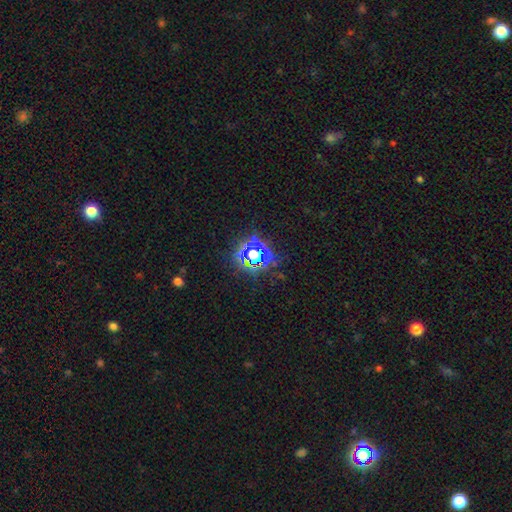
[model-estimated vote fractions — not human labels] Q: Smooth or featured?
A: star or artifact (78%); runner-up: smooth (15%)